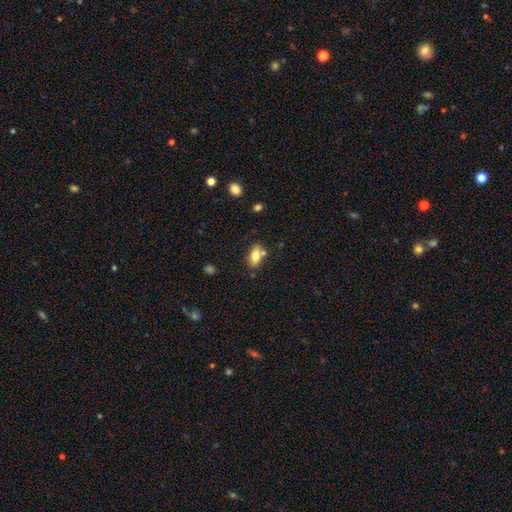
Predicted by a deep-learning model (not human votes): smooth-or-featured: smooth: 76% | featured or disk: 16% | star or artifact: 8%
  how-rounded: in between: 87% | round: 6% | cigar-shaped: 6%
  merging: none: 68% | merger: 15% | minor disturbance: 14% | major disturbance: 3%